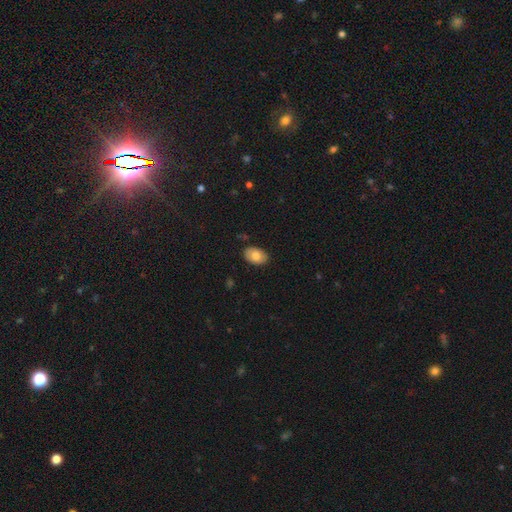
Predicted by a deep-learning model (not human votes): Smooth or featured?
  - smooth: 76% *
  - featured or disk: 17%
  - star or artifact: 7%
How rounded?
  - in between: 87% *
  - round: 12%
  - cigar-shaped: 1%
Merging?
  - none: 86% *
  - minor disturbance: 11%
  - major disturbance: 2%
  - merger: 1%